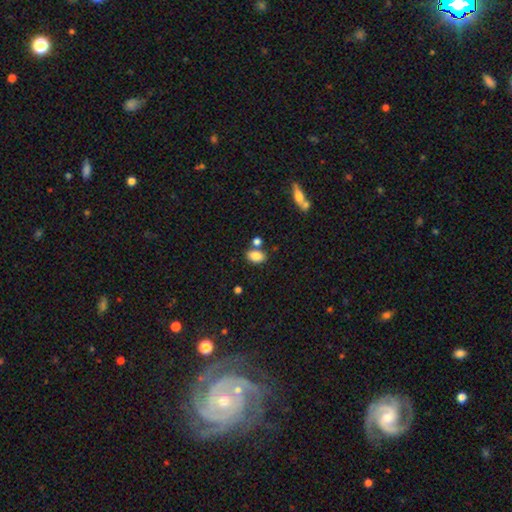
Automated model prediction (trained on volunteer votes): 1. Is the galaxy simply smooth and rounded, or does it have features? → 84% smooth, 9% star or artifact, 7% featured or disk.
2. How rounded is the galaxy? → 86% in between, 12% round, 2% cigar-shaped.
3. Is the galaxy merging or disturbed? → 64% none, 20% merger, 12% minor disturbance, 4% major disturbance.